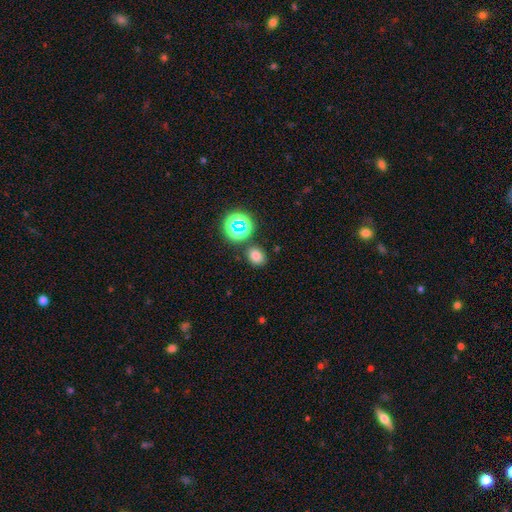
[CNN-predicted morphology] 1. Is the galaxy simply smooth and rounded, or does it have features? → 73% smooth, 21% star or artifact, 6% featured or disk.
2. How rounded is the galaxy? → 59% round, 40% in between, 1% cigar-shaped.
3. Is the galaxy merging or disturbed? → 82% none, 9% minor disturbance, 6% merger, 3% major disturbance.